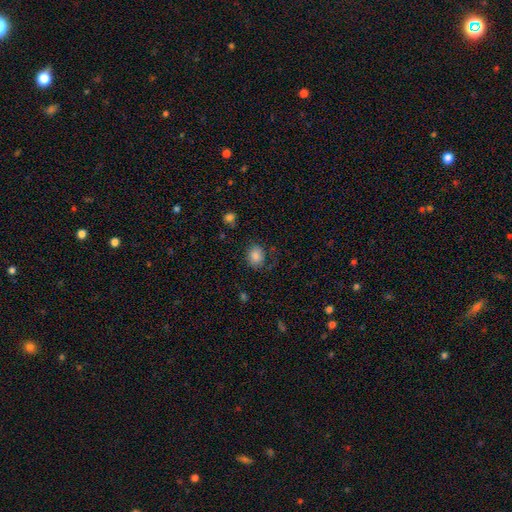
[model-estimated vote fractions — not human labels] smooth_or_featured: smooth (p=0.84) [alt: star or artifact p=0.10]
how_rounded: round (p=0.54) [alt: in between p=0.45]
merging: none (p=0.67) [alt: minor disturbance p=0.20]